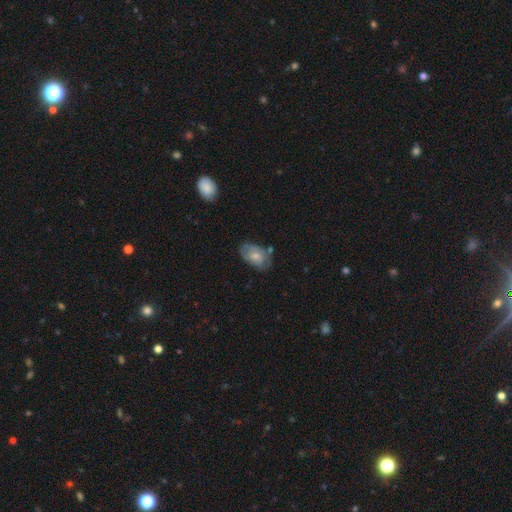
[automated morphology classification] This appears to be a smooth galaxy with no disk features (52%) that is in between round and cigar-shaped (88%). Merging: none (59%).